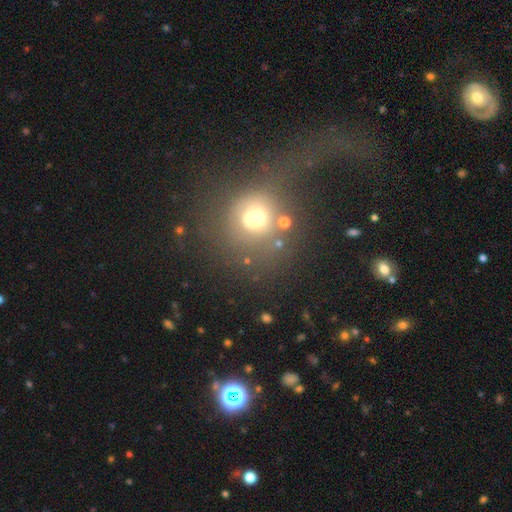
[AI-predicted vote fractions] Morphology: type=smooth (51%); roundness=round (84%); merging=major disturbance (51%).